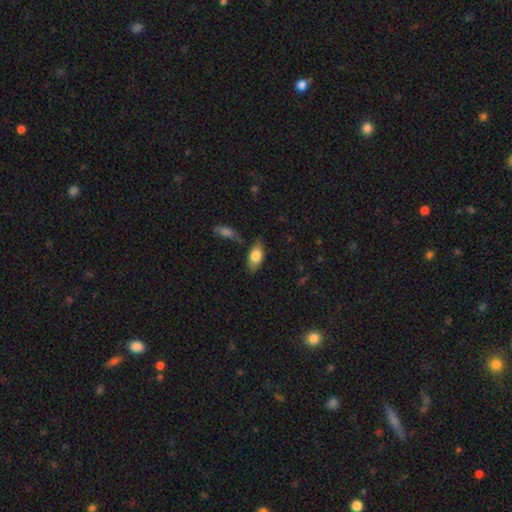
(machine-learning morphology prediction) smooth_or_featured: smooth (p=0.73) [alt: featured or disk p=0.20]
how_rounded: in between (p=0.86) [alt: cigar-shaped p=0.09]
merging: none (p=0.74) [alt: minor disturbance p=0.18]